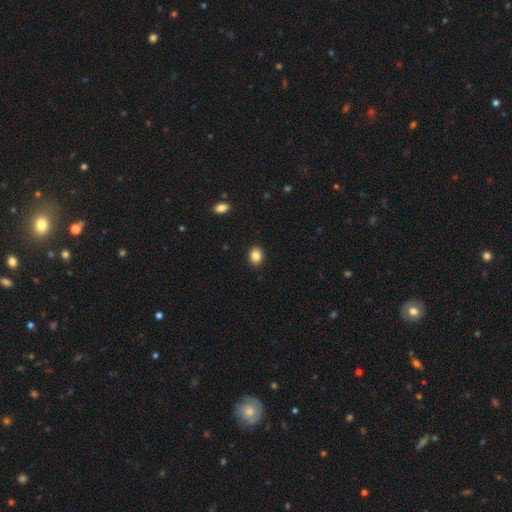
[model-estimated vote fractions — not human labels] A smooth galaxy with no disk features (87%) that is round (51%).

Vote fractions:
- Smooth or featured? smooth: 87% / star or artifact: 9% / featured or disk: 4%
- How rounded? round: 51% / in between: 48% / cigar-shaped: 1%
- Merging? none: 90% / minor disturbance: 7% / major disturbance: 2% / merger: 1%